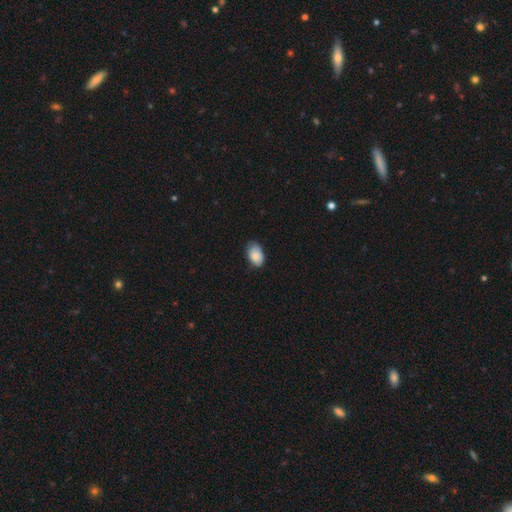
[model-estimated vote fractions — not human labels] Q: Smooth or featured?
A: smooth (85%); runner-up: featured or disk (8%)
Q: How rounded?
A: in between (89%); runner-up: round (9%)
Q: Merging?
A: none (71%); runner-up: minor disturbance (25%)